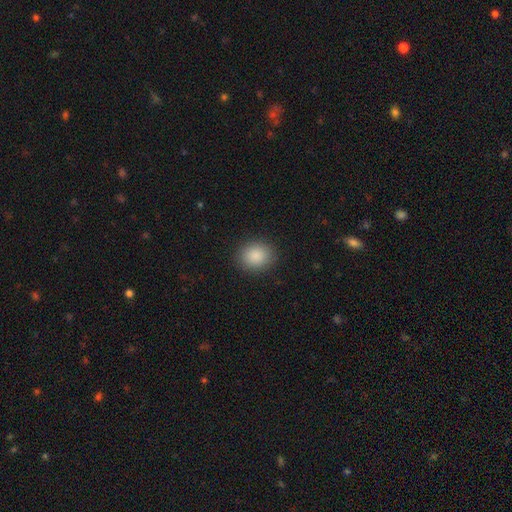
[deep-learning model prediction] A smooth galaxy with no disk features (88%) that is round (68%). Merging: none (89%).